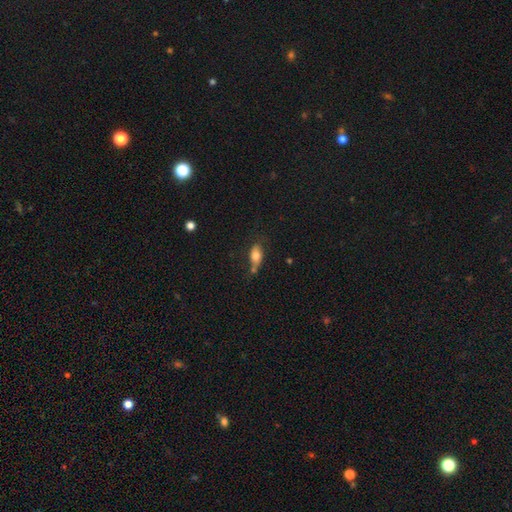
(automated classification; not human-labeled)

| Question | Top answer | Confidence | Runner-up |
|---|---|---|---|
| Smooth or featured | smooth | 71% | featured or disk (21%) |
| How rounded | in between | 83% | cigar-shaped (10%) |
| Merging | none | 49% | minor disturbance (29%) |